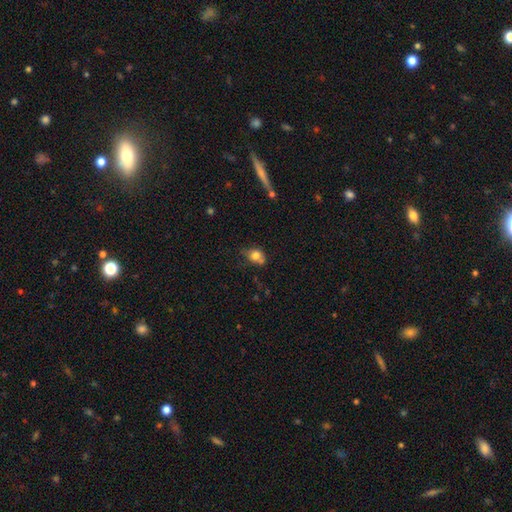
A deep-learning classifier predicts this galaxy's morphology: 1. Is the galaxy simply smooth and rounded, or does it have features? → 75% smooth, 14% featured or disk, 11% star or artifact.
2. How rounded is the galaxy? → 50% round, 48% in between, 2% cigar-shaped.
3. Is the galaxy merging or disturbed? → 45% none, 26% minor disturbance, 18% merger, 10% major disturbance.